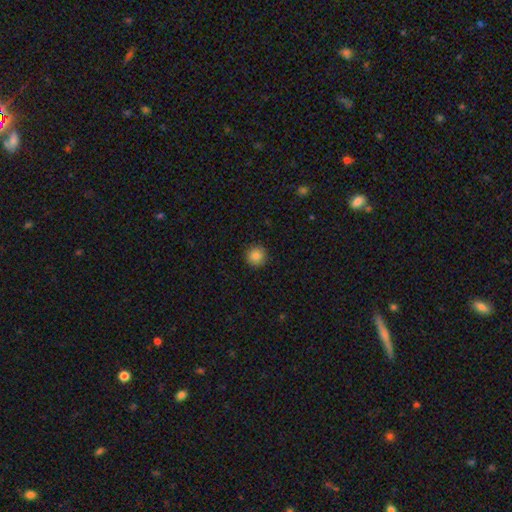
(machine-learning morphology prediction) Smooth or featured: smooth — 85% (star or artifact — 10%)
How rounded: round — 95% (in between — 4%)
Merging: none — 92% (minor disturbance — 5%)